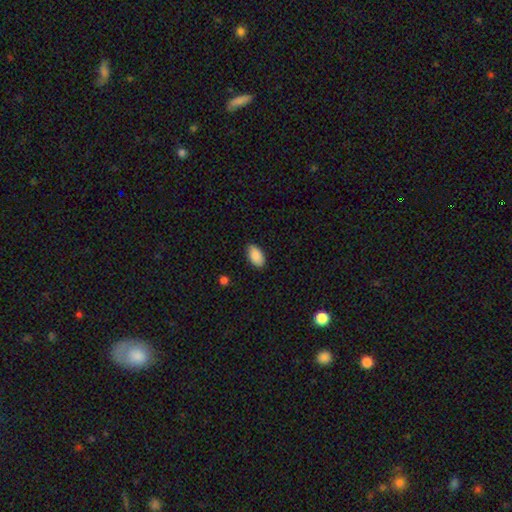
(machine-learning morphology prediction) The model was most divided on "merging": none: 88%, minor disturbance: 9%, major disturbance: 2%, merger: 1%. More confident: how rounded — in between (94%); smooth or featured — smooth (88%).